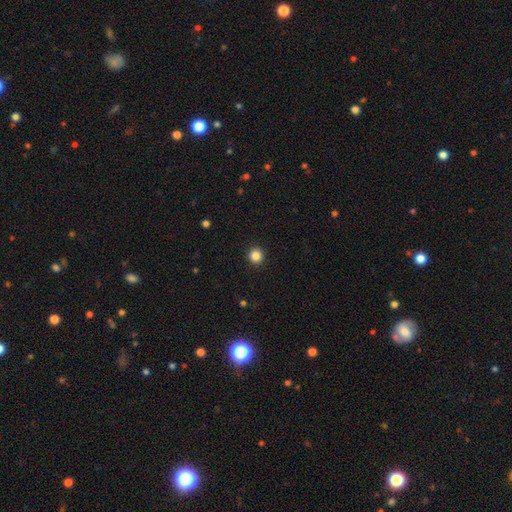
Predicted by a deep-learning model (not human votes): Morphology: type=smooth (85%); roundness=round (95%); merging=none (93%).